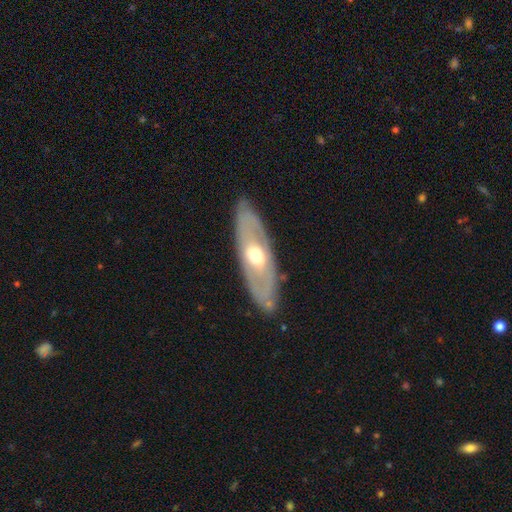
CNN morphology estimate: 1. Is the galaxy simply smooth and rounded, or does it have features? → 65% featured or disk, 30% smooth, 5% star or artifact.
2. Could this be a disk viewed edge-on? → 74% no, 26% yes.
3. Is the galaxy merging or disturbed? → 84% none, 11% minor disturbance, 3% major disturbance, 2% merger.